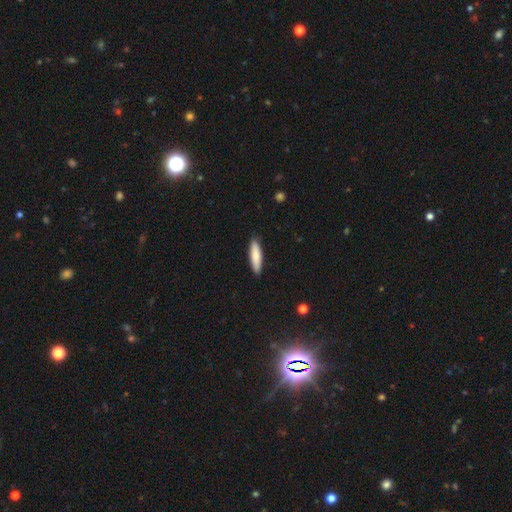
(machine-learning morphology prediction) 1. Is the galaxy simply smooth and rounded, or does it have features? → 83% smooth, 12% featured or disk, 5% star or artifact.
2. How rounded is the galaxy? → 69% cigar-shaped, 29% in between, 1% round.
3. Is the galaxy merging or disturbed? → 89% none, 9% minor disturbance, 2% major disturbance, 1% merger.